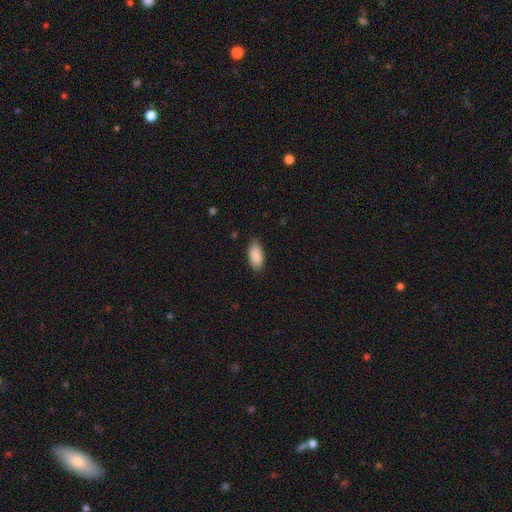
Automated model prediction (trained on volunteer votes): smooth 90%, star or artifact 6%, featured or disk 4%. Down the decision tree: how rounded — in between (92%); merging — none (84%).